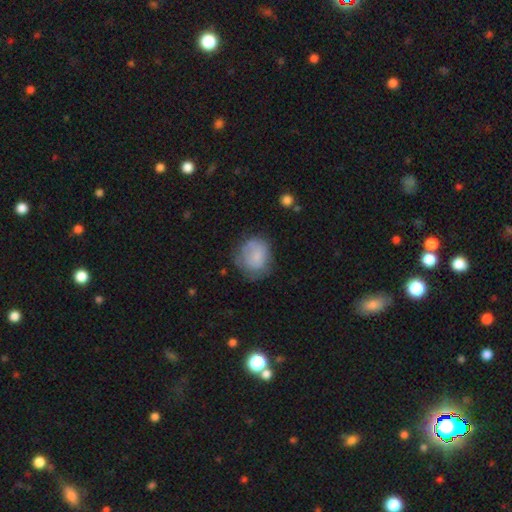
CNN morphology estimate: smooth 68%, featured or disk 24%, star or artifact 8%. Down the decision tree: how rounded — round (69%); merging — none (52%).